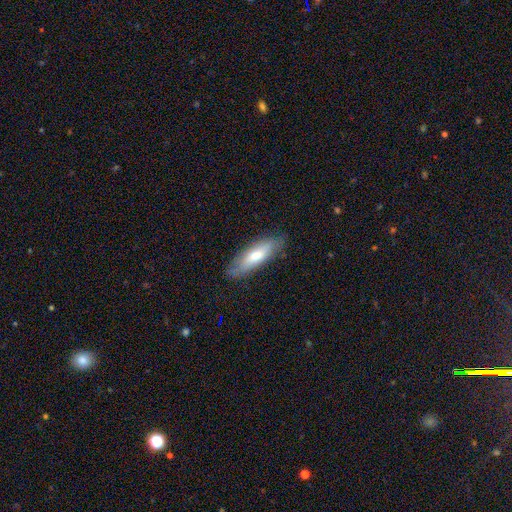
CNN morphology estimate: Smooth or featured? Predicted: smooth (p=0.66). How rounded? Predicted: cigar-shaped (p=0.54). Merging? Predicted: none (p=0.83).